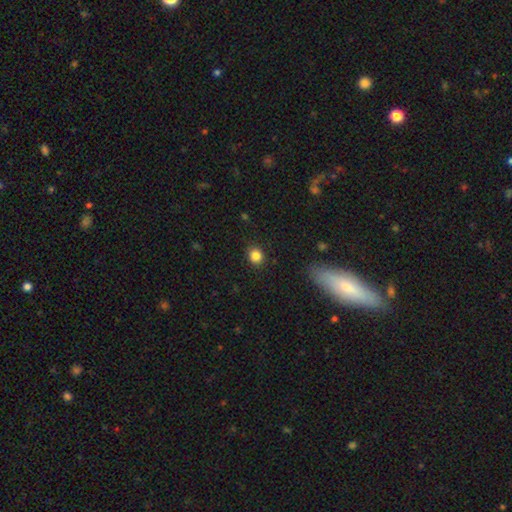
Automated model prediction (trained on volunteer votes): Smooth or featured? Predicted: smooth (p=0.85). How rounded? Predicted: round (p=0.78). Merging? Predicted: none (p=0.89).